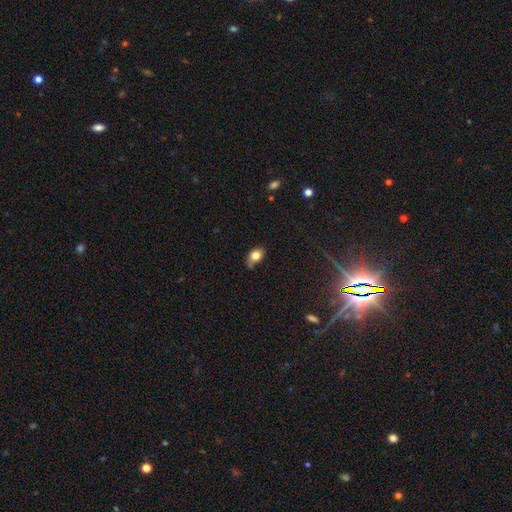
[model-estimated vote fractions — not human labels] Smooth or featured: smooth — 78% (featured or disk — 13%)
How rounded: in between — 80% (round — 18%)
Merging: none — 61% (minor disturbance — 27%)